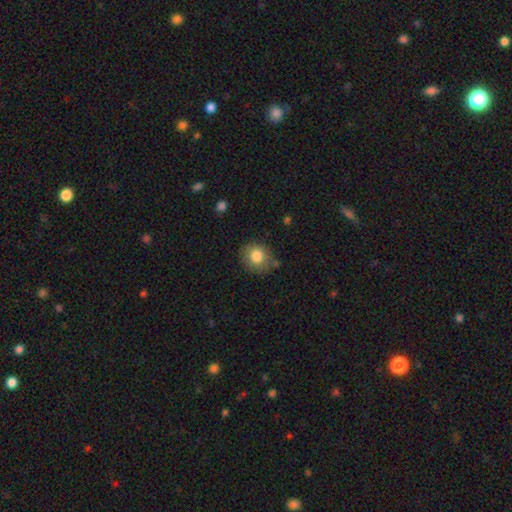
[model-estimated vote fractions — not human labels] Morphology: type=smooth (81%); roundness=round (78%); merging=none (75%).